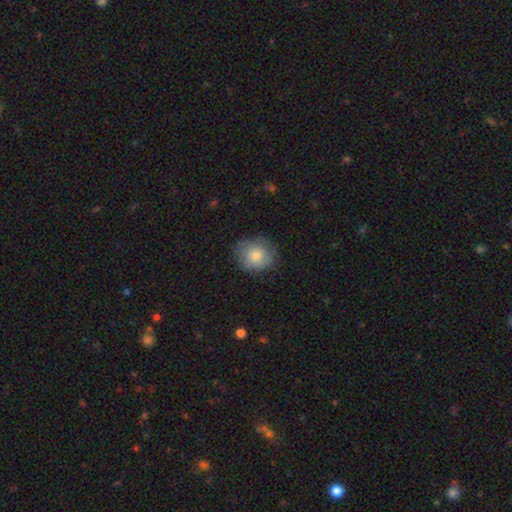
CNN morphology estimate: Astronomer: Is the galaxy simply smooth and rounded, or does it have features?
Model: smooth — 77%.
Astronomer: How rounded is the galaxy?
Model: round — 76%.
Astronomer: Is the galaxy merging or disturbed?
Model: none — 73%.